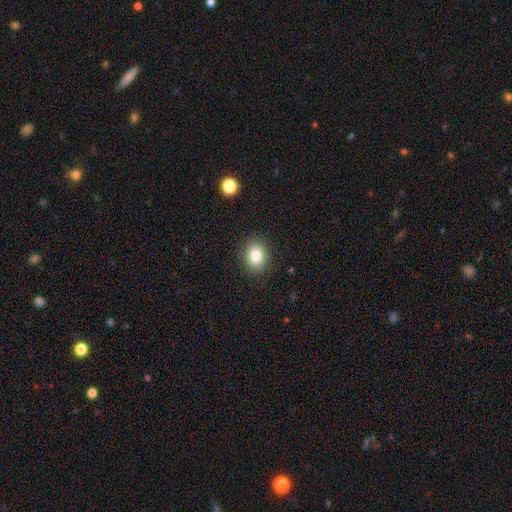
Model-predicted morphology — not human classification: Smooth or featured: smooth — 83% (star or artifact — 10%)
How rounded: in between — 53% (round — 46%)
Merging: none — 88% (minor disturbance — 8%)